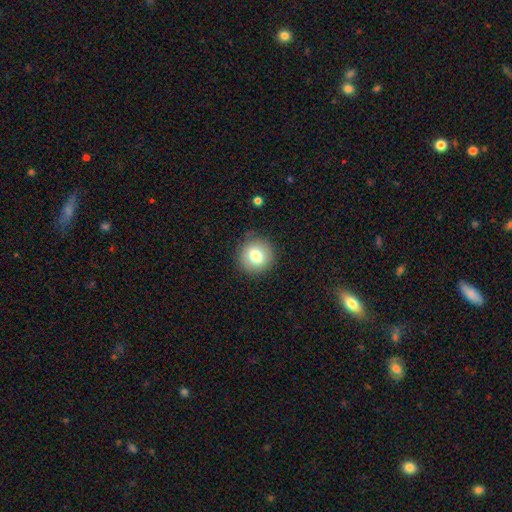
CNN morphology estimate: Smooth or featured? smooth (78%)
How rounded? round (92%)
Merging? none (88%)